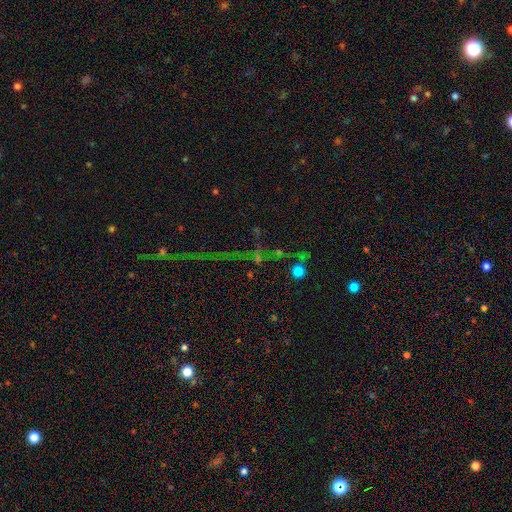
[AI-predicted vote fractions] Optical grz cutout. It shows a star or artifact, not a galaxy (69%).